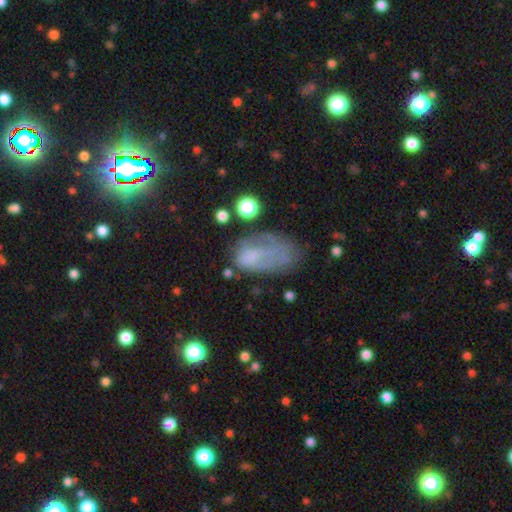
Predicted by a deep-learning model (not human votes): smooth_or_featured: smooth (p=0.54) [alt: featured or disk p=0.33]
how_rounded: in between (p=0.90) [alt: round p=0.07]
merging: major disturbance (p=0.32) [tied with: none p=0.32]